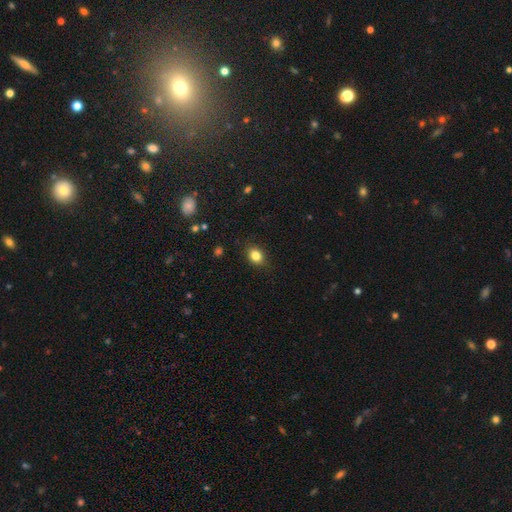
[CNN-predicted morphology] type=smooth (83%); roundness=in between (59%); merging=none (85%).